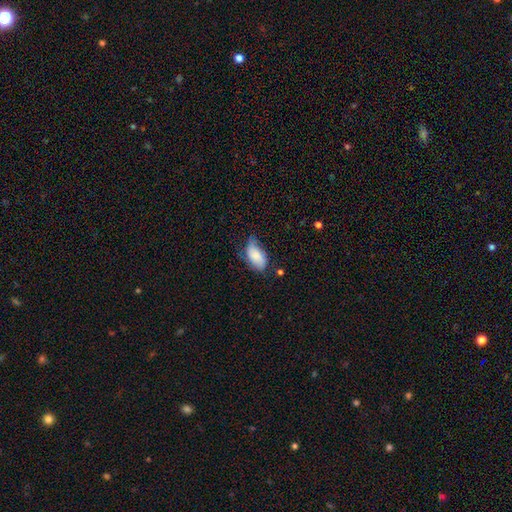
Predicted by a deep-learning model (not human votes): This is clearly a smooth galaxy (80%). How rounded: clearly in between (93%). Merging: possibly none (49%).